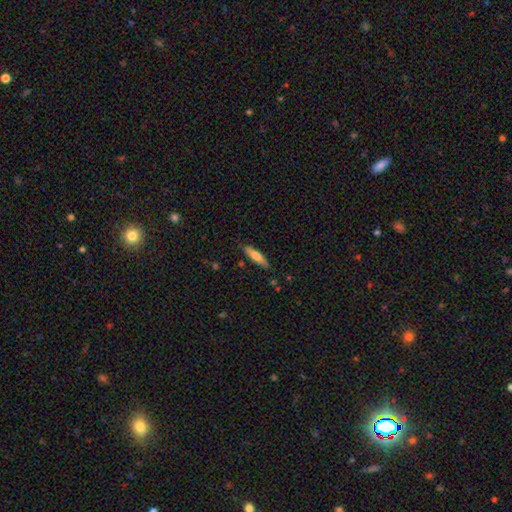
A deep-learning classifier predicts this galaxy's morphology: Smooth or featured? smooth (70%)
How rounded? cigar-shaped (78%)
Merging? none (83%)